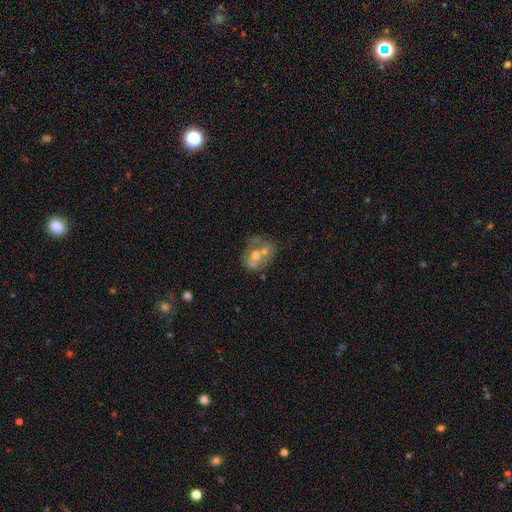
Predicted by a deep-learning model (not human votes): This appears to be a featured or disk galaxy (48%). Merging: merger (53%).